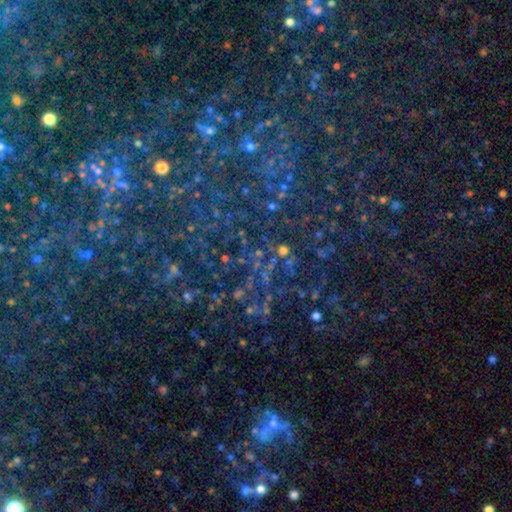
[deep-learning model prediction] This is likely a star or artifact rather than a galaxy (77%).